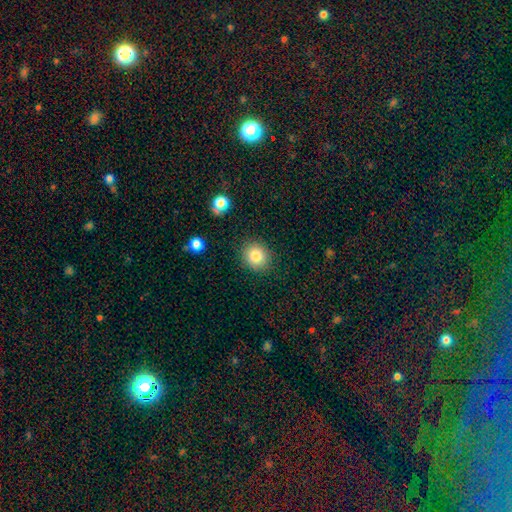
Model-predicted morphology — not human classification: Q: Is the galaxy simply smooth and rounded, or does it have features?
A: smooth — 82%.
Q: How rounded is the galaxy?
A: round — 82%.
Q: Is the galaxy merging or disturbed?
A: none — 88%.